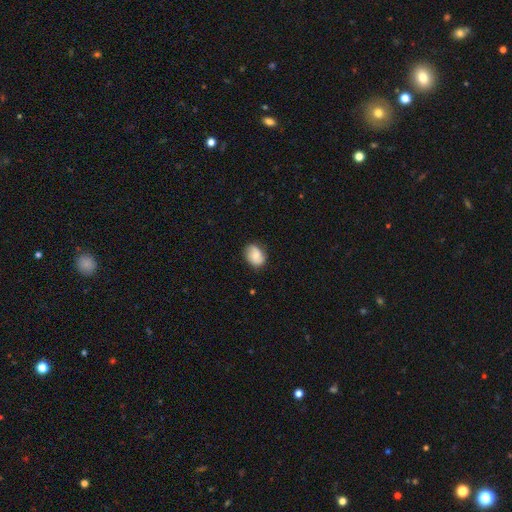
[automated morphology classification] Overall: smooth (56%; featured or disk 35%). How rounded: in between (61%; round 38%). Merging: none (75%).